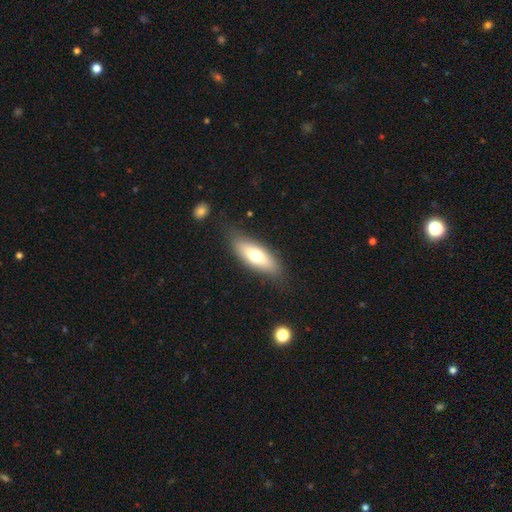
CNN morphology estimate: Smooth or featured: smooth — 65% (featured or disk — 28%)
How rounded: in between — 64% (cigar-shaped — 33%)
Merging: none — 81% (minor disturbance — 14%)